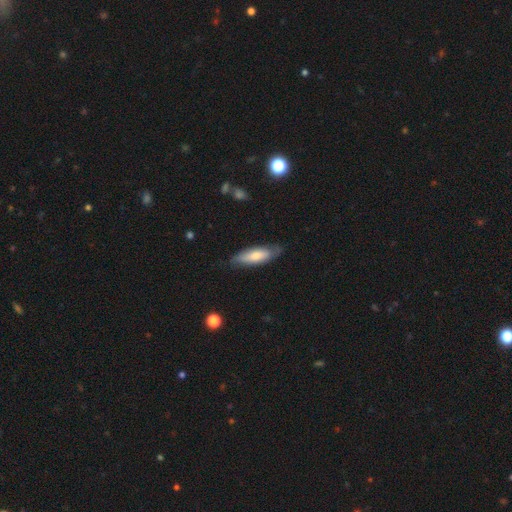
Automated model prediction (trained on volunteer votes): Morphology: type=smooth (69%); roundness=in between (55%); merging=none (76%).